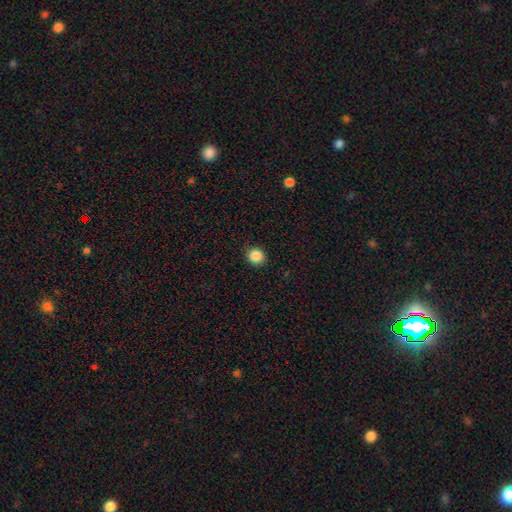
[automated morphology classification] Smooth or featured? Predicted: smooth (p=0.86). How rounded? Predicted: round (p=0.91). Merging? Predicted: none (p=0.89).